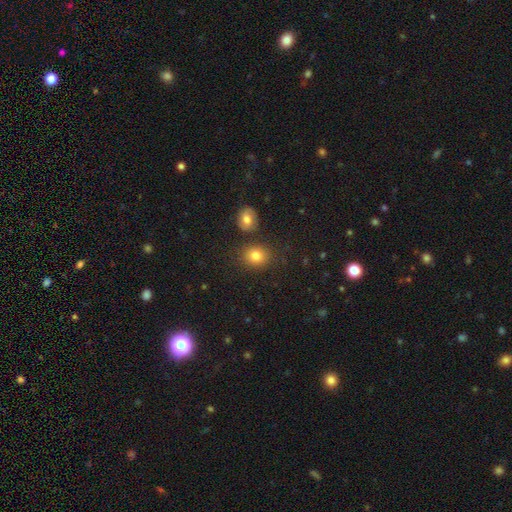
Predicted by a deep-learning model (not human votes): A smooth galaxy with no disk features (81%) that is round (68%).

Vote fractions:
- Smooth or featured? smooth: 81% / star or artifact: 12% / featured or disk: 7%
- How rounded? round: 68% / in between: 31% / cigar-shaped: 1%
- Merging? none: 78% / minor disturbance: 10% / merger: 9% / major disturbance: 3%